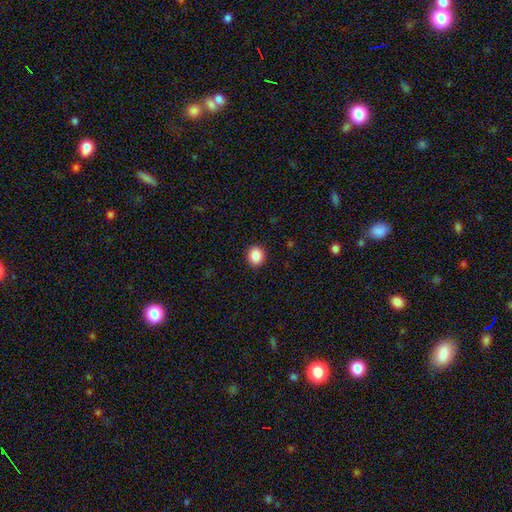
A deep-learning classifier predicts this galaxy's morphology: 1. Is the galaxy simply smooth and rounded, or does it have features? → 87% smooth, 9% star or artifact, 4% featured or disk.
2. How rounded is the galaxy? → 82% round, 17% in between, 1% cigar-shaped.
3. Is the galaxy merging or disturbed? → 92% none, 5% minor disturbance, 2% major disturbance, 1% merger.